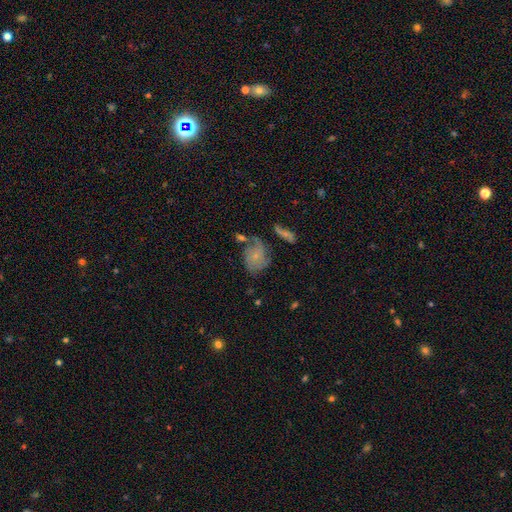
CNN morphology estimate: The model was most divided on "merging": none: 44%, minor disturbance: 23%, major disturbance: 18%, merger: 15%. More confident: edge-on disk — no (97%); spiral arms — yes (83%); bar — no (82%); bulge size — small (77%); smooth or featured — featured or disk (61%).